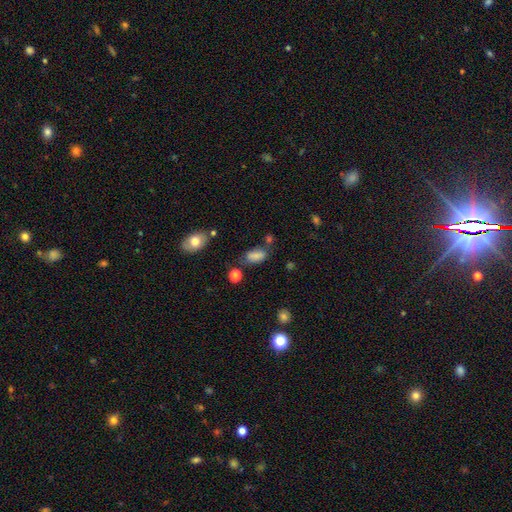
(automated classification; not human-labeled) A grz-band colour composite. It shows a smooth galaxy with no disk features (83%) that is in between round and cigar-shaped (89%). Merging: none (62%).